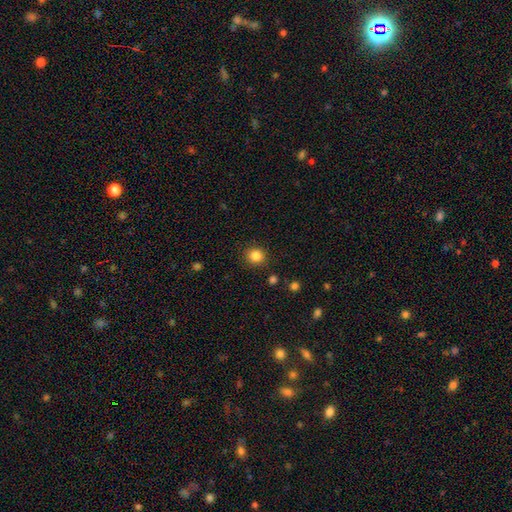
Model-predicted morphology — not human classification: Smooth or featured? Predicted: smooth (p=0.85). How rounded? Predicted: round (p=0.88). Merging? Predicted: none (p=0.90).